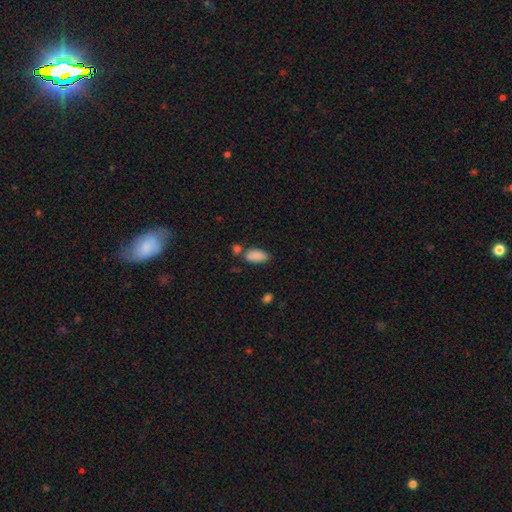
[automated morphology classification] smooth-or-featured: smooth: 87% | star or artifact: 8% | featured or disk: 6%
  how-rounded: in between: 91% | cigar-shaped: 6% | round: 3%
  merging: none: 62% | minor disturbance: 17% | merger: 17% | major disturbance: 5%